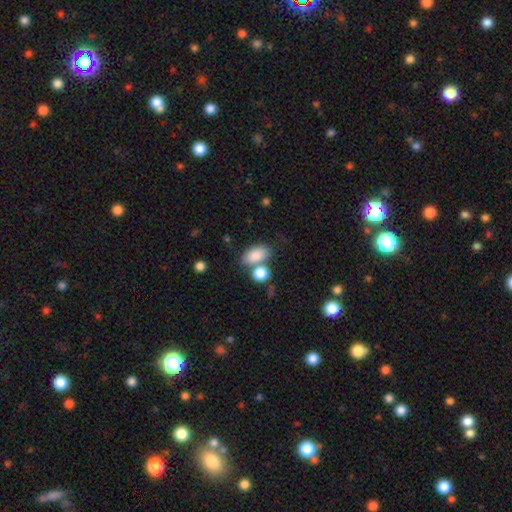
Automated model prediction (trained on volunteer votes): Smooth or featured?
  - smooth: 85% *
  - star or artifact: 8%
  - featured or disk: 7%
How rounded?
  - in between: 89% *
  - round: 9%
  - cigar-shaped: 2%
Merging?
  - none: 52% *
  - merger: 30%
  - minor disturbance: 13%
  - major disturbance: 5%